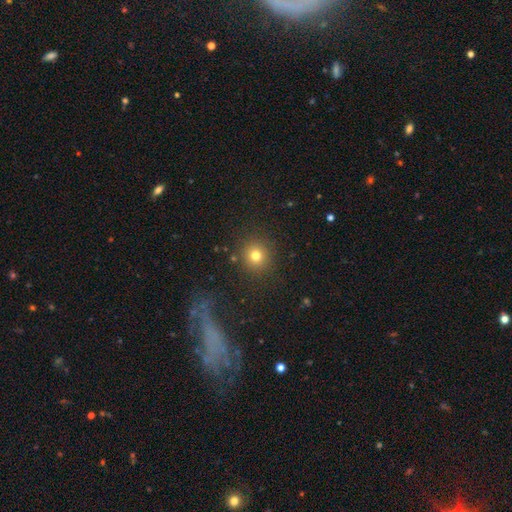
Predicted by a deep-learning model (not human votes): Smooth or featured?
  - smooth: 76% *
  - star or artifact: 16%
  - featured or disk: 8%
How rounded?
  - round: 92% *
  - in between: 7%
  - cigar-shaped: 1%
Merging?
  - none: 89% *
  - minor disturbance: 6%
  - major disturbance: 3%
  - merger: 2%